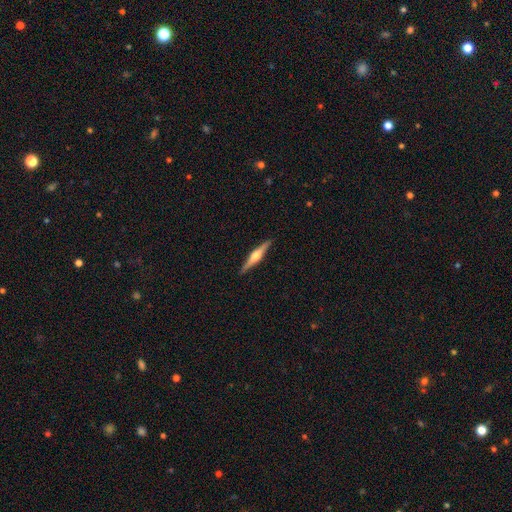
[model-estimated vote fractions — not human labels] Smooth or featured: featured or disk — 73% (smooth — 22%)
Edge-on disk: yes — 98% (no — 2%)
Edge-on bulge: rounded — 90% (boxy — 6%)
Merging: none — 91% (minor disturbance — 7%)